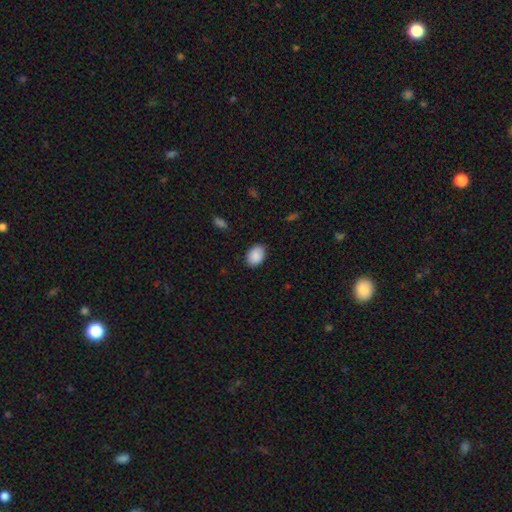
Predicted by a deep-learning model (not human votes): A smooth galaxy with no disk features (90%) that is in between round and cigar-shaped (79%). Merging: none (84%).